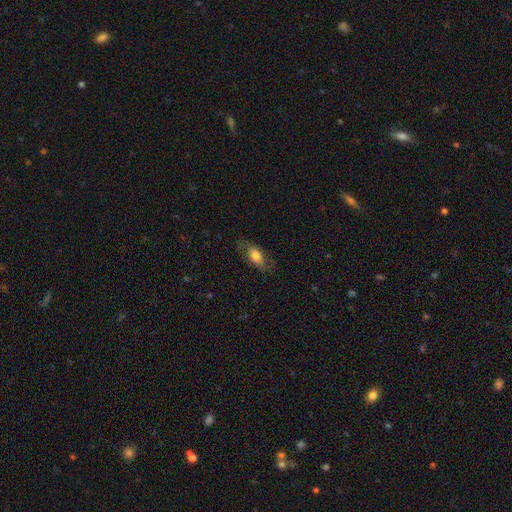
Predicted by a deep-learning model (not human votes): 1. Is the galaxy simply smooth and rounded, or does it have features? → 64% smooth, 29% featured or disk, 7% star or artifact.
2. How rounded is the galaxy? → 82% in between, 12% cigar-shaped, 5% round.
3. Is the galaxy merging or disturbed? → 72% none, 18% minor disturbance, 8% major disturbance, 1% merger.